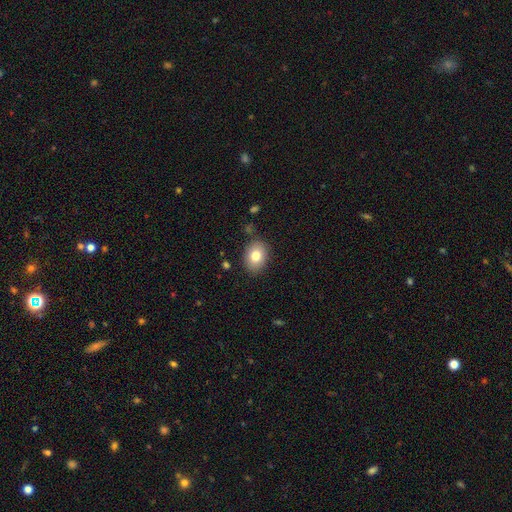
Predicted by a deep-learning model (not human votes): This is likely a smooth galaxy (79%). How rounded: likely in between (65%). Merging: clearly none (84%).